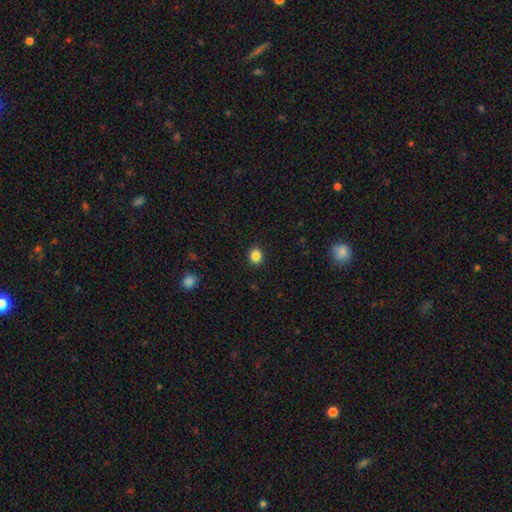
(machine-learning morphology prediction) smooth 85%, star or artifact 11%, featured or disk 4%. Down the decision tree: how rounded — round (77%); merging — none (92%).